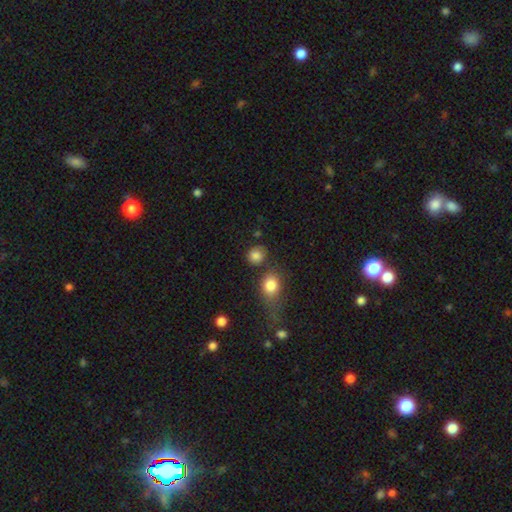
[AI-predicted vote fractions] This is clearly a smooth galaxy (82%). How rounded: likely round (78%). Merging: likely none (66%).